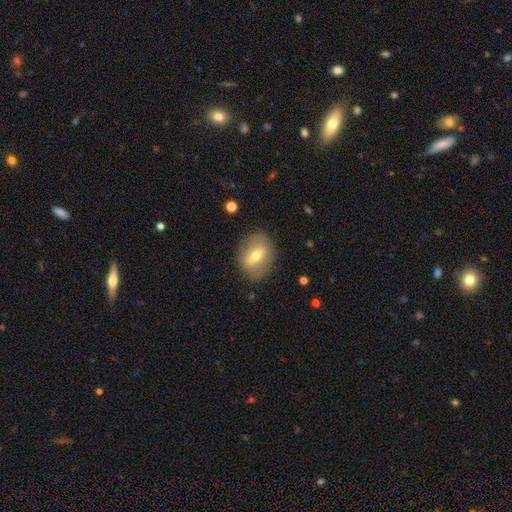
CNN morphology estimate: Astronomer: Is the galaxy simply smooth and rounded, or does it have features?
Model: smooth — 48% (runner-up: featured or disk, 44%).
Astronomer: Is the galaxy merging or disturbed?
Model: none — 82%.